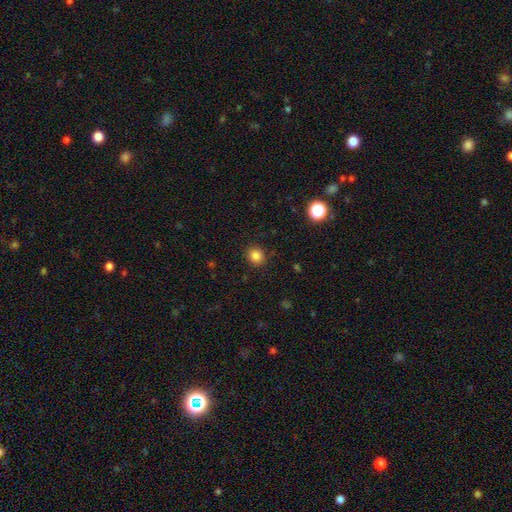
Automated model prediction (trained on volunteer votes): smooth-or-featured: smooth: 84% | star or artifact: 12% | featured or disk: 4%
  how-rounded: round: 86% | in between: 13% | cigar-shaped: 1%
  merging: none: 90% | minor disturbance: 7% | major disturbance: 2% | merger: 1%